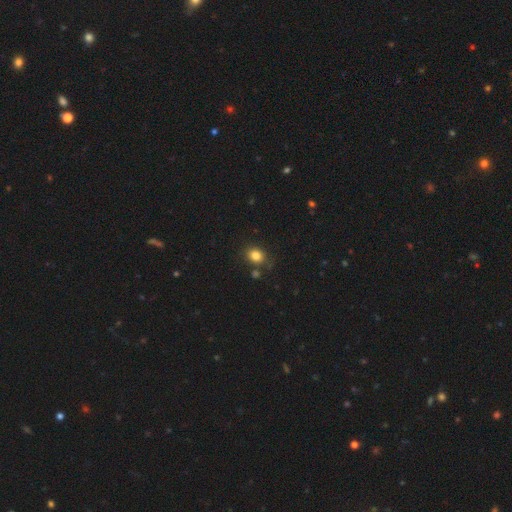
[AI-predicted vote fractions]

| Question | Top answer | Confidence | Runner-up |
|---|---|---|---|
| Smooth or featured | smooth | 82% | star or artifact (11%) |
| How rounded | round | 56% | in between (43%) |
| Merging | none | 78% | minor disturbance (12%) |